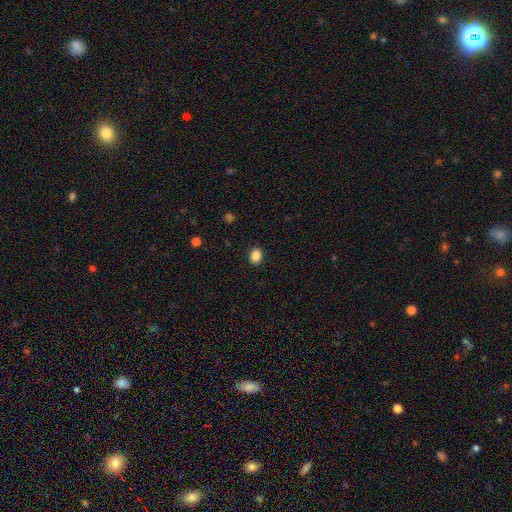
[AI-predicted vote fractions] Smooth or featured? smooth (87%)
How rounded? in between (59%)
Merging? none (90%)